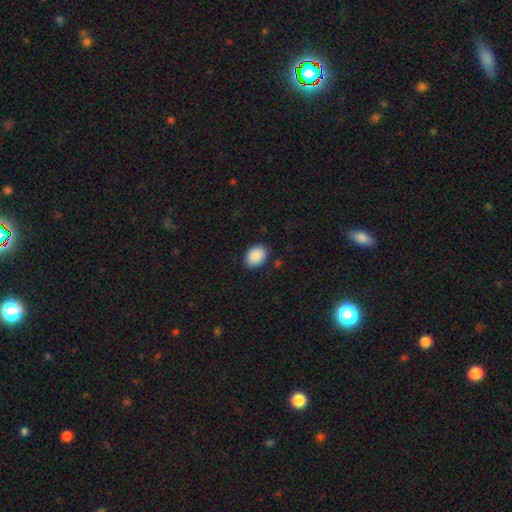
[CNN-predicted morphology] Smooth or featured?
  - smooth: 90% *
  - star or artifact: 7%
  - featured or disk: 3%
How rounded?
  - in between: 75% *
  - round: 24%
  - cigar-shaped: 1%
Merging?
  - none: 87% *
  - minor disturbance: 10%
  - major disturbance: 2%
  - merger: 1%